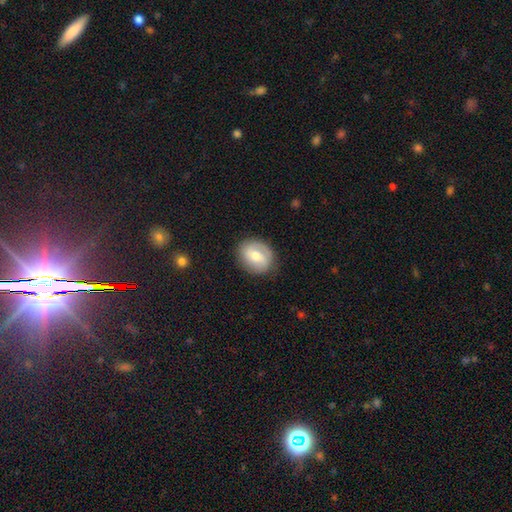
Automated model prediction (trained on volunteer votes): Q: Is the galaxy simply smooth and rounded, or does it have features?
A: smooth — 54%.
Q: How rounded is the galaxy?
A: round — 60%.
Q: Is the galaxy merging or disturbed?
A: none — 82%.